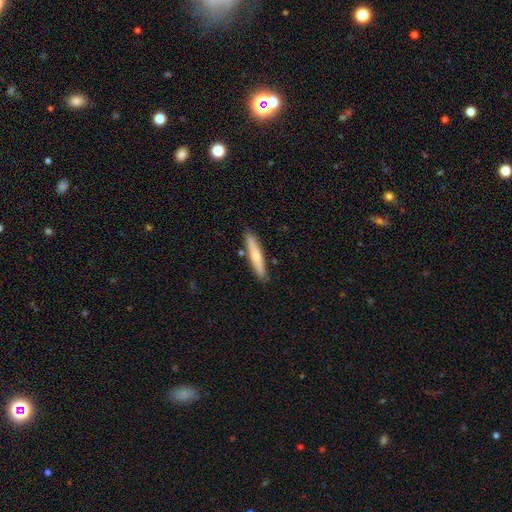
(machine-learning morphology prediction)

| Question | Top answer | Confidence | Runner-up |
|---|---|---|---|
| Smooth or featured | smooth | 60% | featured or disk (35%) |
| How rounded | cigar-shaped | 91% | in between (7%) |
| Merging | none | 85% | minor disturbance (10%) |